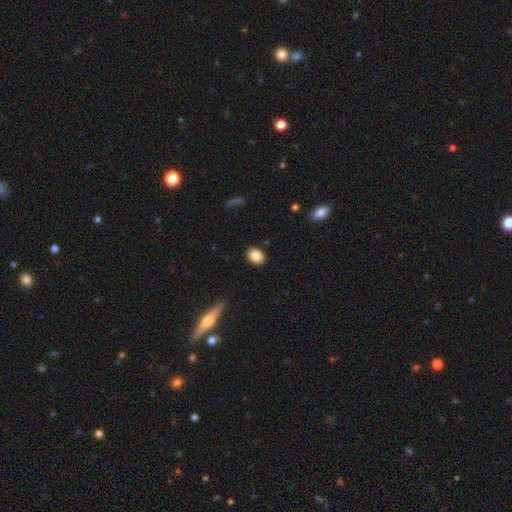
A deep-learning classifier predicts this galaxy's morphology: smooth-or-featured: smooth: 87% | star or artifact: 8% | featured or disk: 5%
  how-rounded: in between: 69% | round: 29% | cigar-shaped: 1%
  merging: none: 88% | minor disturbance: 8% | major disturbance: 2% | merger: 1%